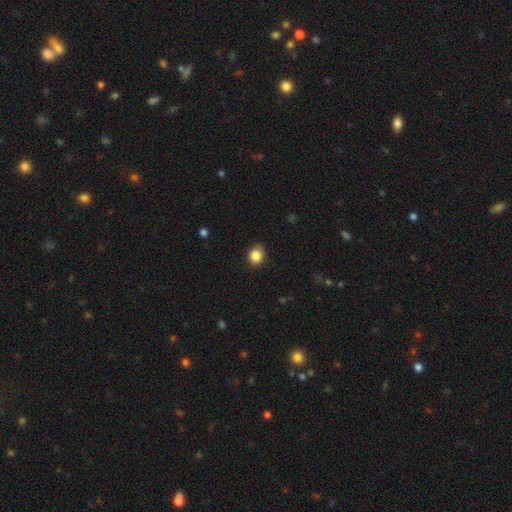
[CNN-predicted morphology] smooth 86%, star or artifact 10%, featured or disk 4%. Down the decision tree: how rounded — round (71%); merging — none (82%).